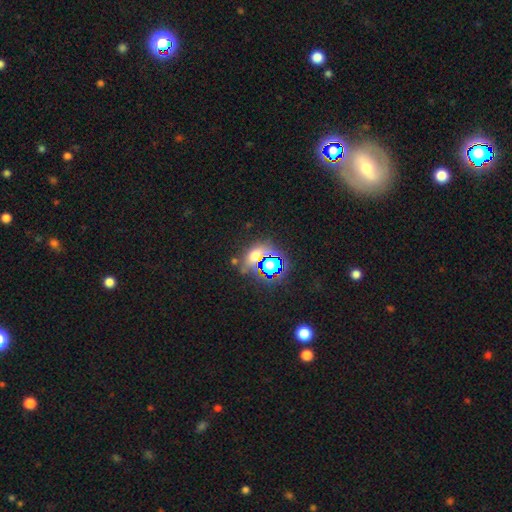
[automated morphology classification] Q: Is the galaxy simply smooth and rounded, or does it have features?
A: star or artifact — 49%.